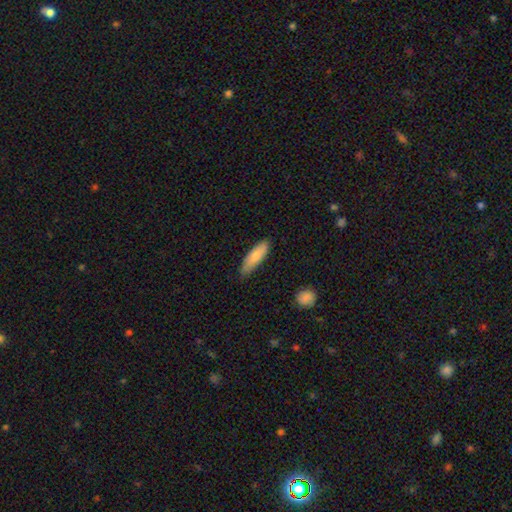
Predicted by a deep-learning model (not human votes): Smooth or featured? Predicted: smooth (p=0.78). How rounded? Predicted: in between (p=0.50). Merging? Predicted: none (p=0.79).